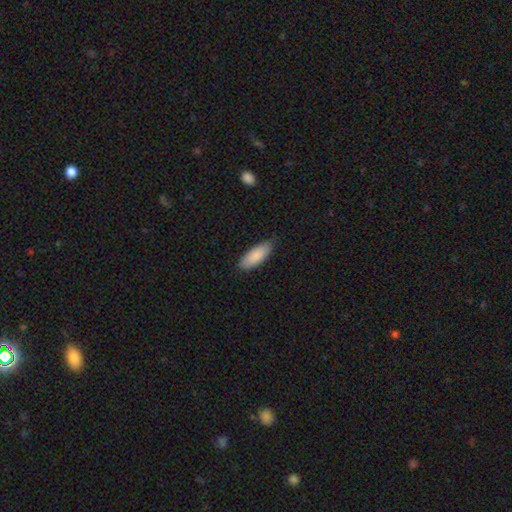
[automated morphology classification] smooth 88%, featured or disk 6%, star or artifact 5%. Down the decision tree: how rounded — in between (76%); merging — none (80%).